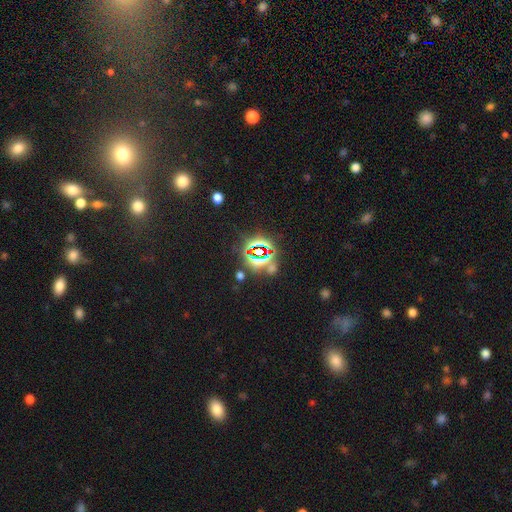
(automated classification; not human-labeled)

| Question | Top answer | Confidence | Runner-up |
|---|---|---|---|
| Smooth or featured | star or artifact | 78% | smooth (14%) |